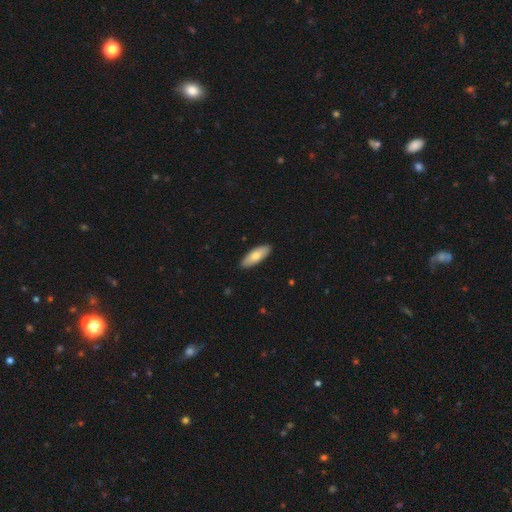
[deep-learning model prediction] Smooth or featured? smooth (77%)
How rounded? in between (73%)
Merging? none (90%)